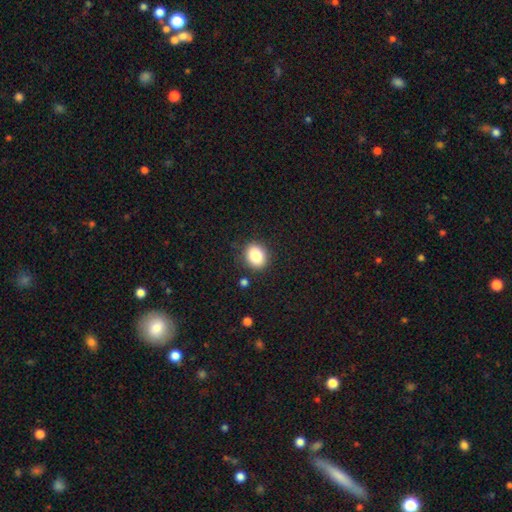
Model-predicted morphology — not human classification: A smooth galaxy with no disk features (84%) that is round (56%). Merging: none (86%).